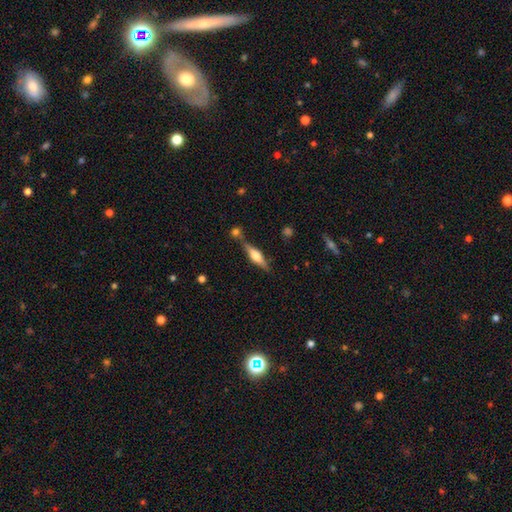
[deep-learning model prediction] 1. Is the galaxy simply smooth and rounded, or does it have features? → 63% featured or disk, 30% smooth, 7% star or artifact.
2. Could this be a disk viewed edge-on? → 95% yes, 5% no.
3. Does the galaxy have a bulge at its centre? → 87% rounded, 11% boxy, 3% none.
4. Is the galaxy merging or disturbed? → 72% none, 12% minor disturbance, 12% merger, 4% major disturbance.